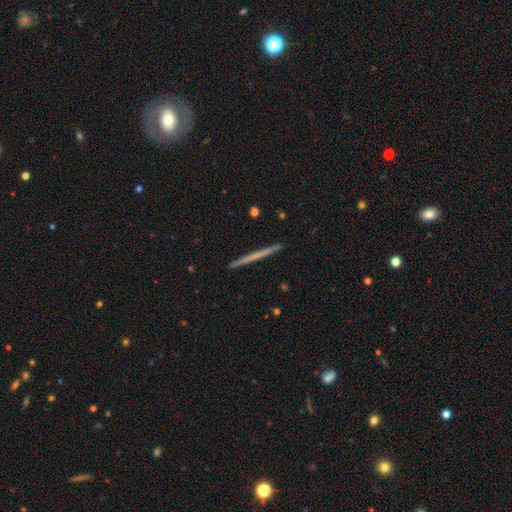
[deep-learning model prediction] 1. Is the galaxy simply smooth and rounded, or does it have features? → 53% featured or disk, 42% smooth, 5% star or artifact.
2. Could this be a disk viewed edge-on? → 98% yes, 2% no.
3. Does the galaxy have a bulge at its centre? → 90% none, 7% rounded, 3% boxy.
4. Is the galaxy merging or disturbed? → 93% none, 5% minor disturbance, 1% major disturbance, 1% merger.